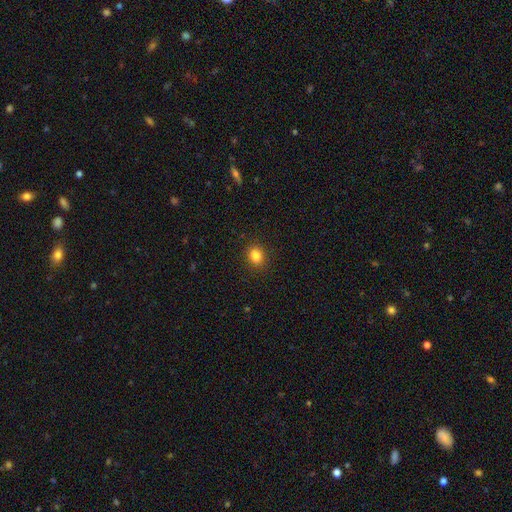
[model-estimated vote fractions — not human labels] smooth_or_featured: smooth (p=0.84) [alt: star or artifact p=0.11]
how_rounded: round (p=0.52) [alt: in between p=0.47]
merging: none (p=0.89) [alt: minor disturbance p=0.08]